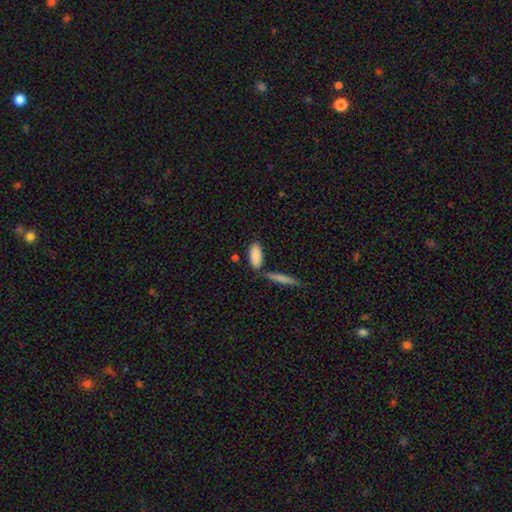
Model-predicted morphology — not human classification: Q: Smooth or featured?
A: smooth (87%); runner-up: featured or disk (8%)
Q: How rounded?
A: in between (78%); runner-up: cigar-shaped (20%)
Q: Merging?
A: none (70%); runner-up: merger (14%)